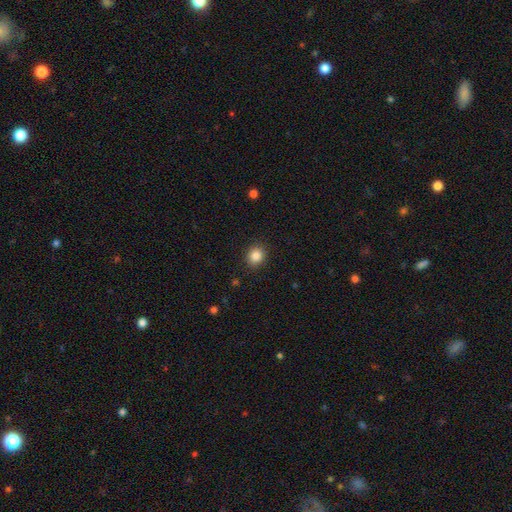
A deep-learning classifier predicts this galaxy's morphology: smooth-or-featured: smooth: 86% | star or artifact: 10% | featured or disk: 4%
  how-rounded: round: 74% | in between: 25% | cigar-shaped: 1%
  merging: none: 89% | minor disturbance: 7% | major disturbance: 2% | merger: 1%